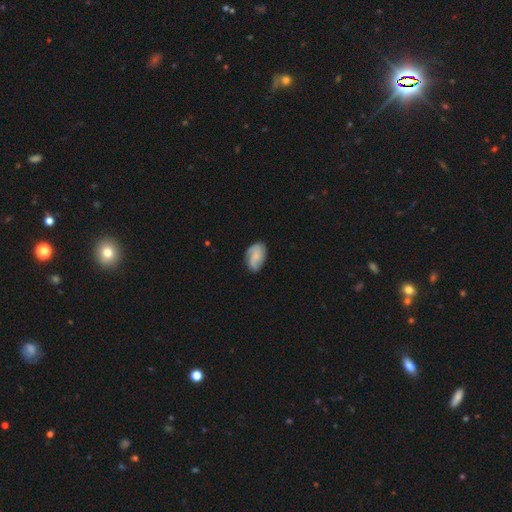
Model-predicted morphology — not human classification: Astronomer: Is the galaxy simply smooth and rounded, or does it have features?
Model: smooth — 50% (runner-up: featured or disk, 43%).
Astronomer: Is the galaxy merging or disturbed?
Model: none — 67%.